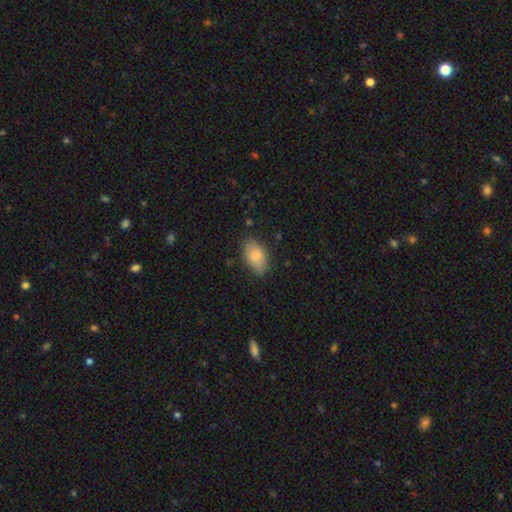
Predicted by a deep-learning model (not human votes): Morphology: type=smooth (82%); roundness=in between (91%); merging=none (70%).